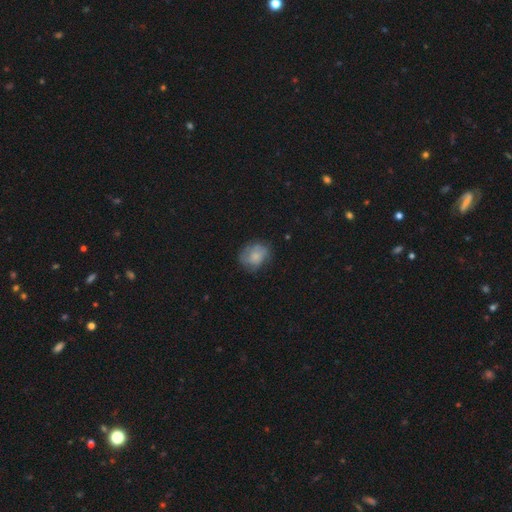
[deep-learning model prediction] This appears to be a smooth galaxy with no disk features (69%) that is round (54%). Merging: none (60%).